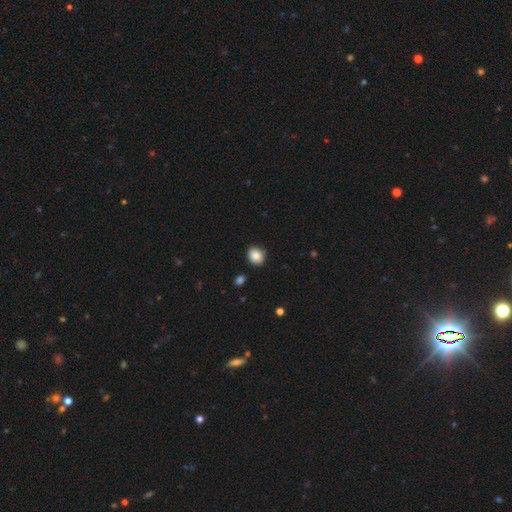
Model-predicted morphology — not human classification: Smooth or featured? smooth (86%)
How rounded? round (72%)
Merging? none (89%)